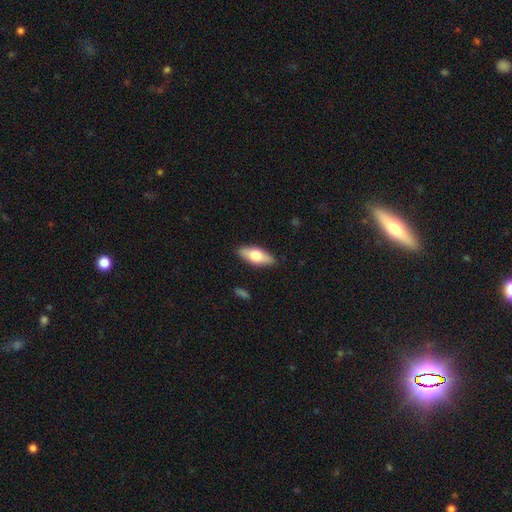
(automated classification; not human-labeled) This is likely a smooth galaxy (61%). How rounded: likely in between (74%). Merging: clearly none (88%).